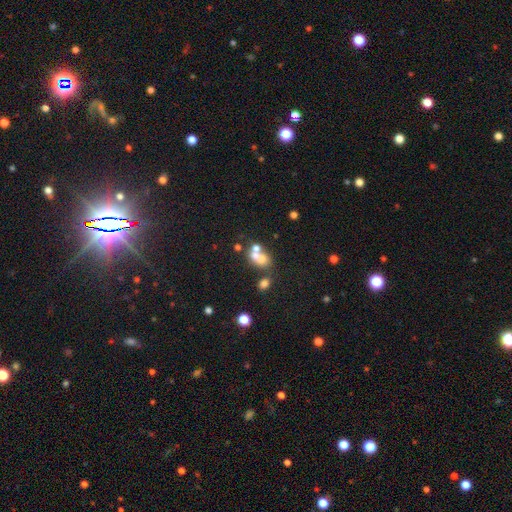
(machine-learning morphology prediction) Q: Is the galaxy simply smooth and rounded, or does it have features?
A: smooth — 56%.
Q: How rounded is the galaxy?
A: in between — 51%.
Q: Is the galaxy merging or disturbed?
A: merger — 56%.